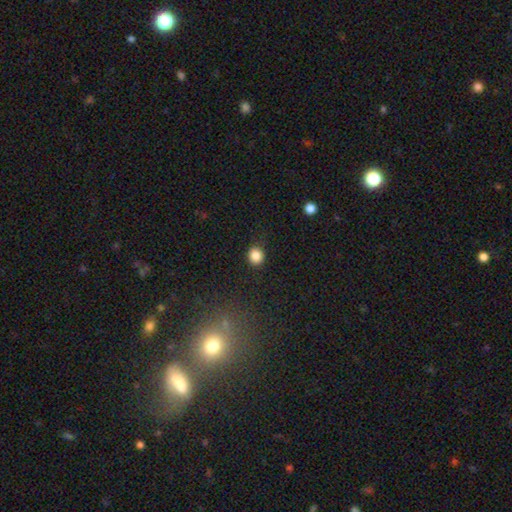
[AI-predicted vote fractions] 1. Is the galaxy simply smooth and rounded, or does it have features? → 86% smooth, 11% star or artifact, 4% featured or disk.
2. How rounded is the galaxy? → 82% round, 17% in between, 1% cigar-shaped.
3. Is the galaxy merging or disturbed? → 87% none, 9% minor disturbance, 3% major disturbance, 1% merger.